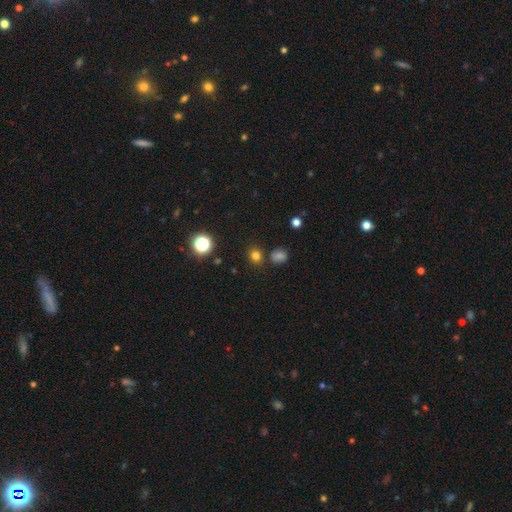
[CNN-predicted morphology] This is likely a smooth galaxy (75%). How rounded: likely round (73%). Merging: clearly none (80%).